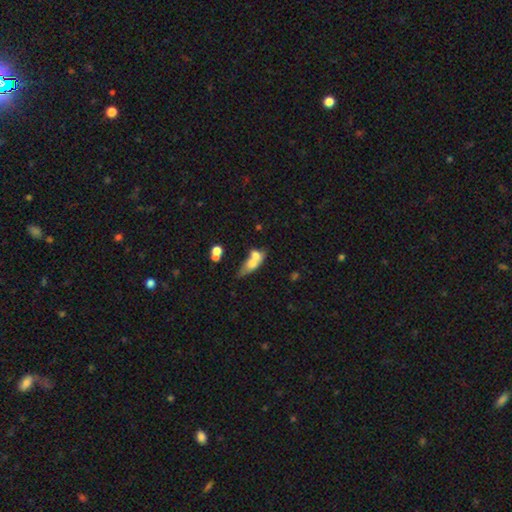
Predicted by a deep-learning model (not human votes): A smooth galaxy with no disk features (61%) that is in between round and cigar-shaped (65%). Merging: merger (61%).